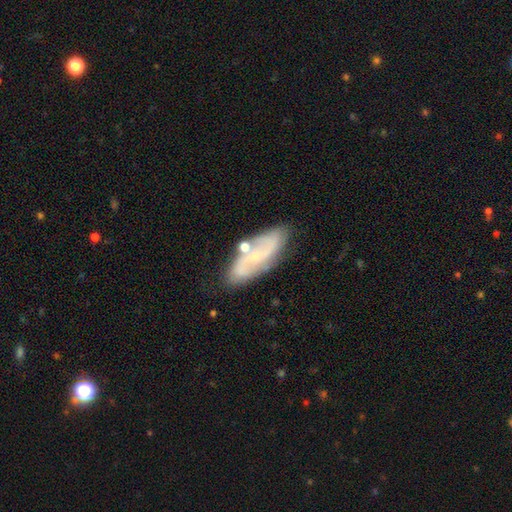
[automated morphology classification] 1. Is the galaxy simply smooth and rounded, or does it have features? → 69% featured or disk, 24% smooth, 7% star or artifact.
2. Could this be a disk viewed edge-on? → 90% no, 10% yes.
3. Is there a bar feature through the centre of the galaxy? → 45% no, 40% weak, 15% strong.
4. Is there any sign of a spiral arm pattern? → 86% yes, 14% no.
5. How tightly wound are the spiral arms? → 40% medium, 39% loose, 21% tight.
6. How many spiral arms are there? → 79% 2, 13% can't tell, 3% 3, 2% 1, 1% 4, 1% more than 4.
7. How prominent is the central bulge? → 69% small, 16% moderate, 13% none, 1% large, 1% dominant.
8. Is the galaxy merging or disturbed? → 69% none, 17% minor disturbance, 9% merger, 5% major disturbance.